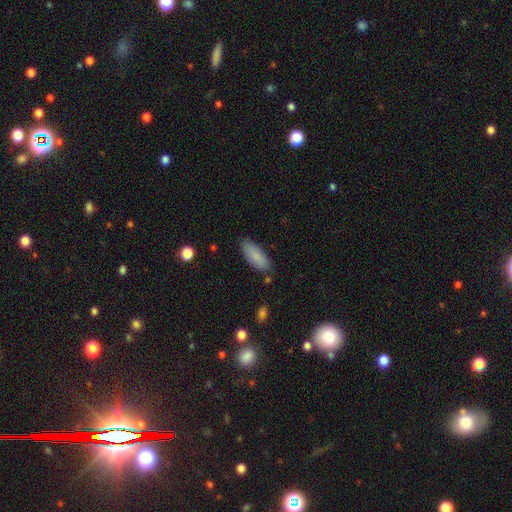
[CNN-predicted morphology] The model was most divided on "how rounded": in between: 76%, cigar-shaped: 22%, round: 2%. More confident: smooth or featured — smooth (85%); merging — none (82%).